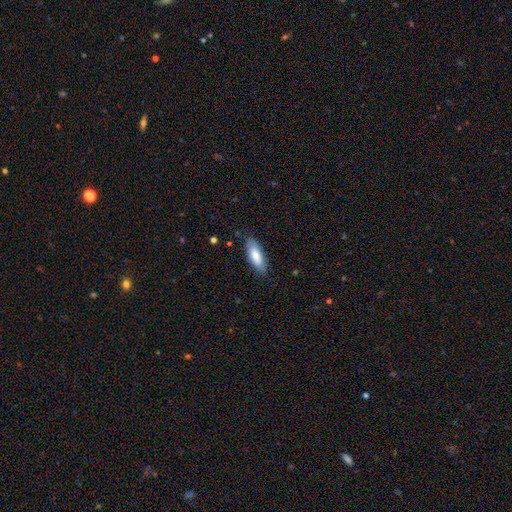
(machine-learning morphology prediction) This appears to be a smooth galaxy with no disk features (79%) that is in between round and cigar-shaped (71%). Merging: none (83%).